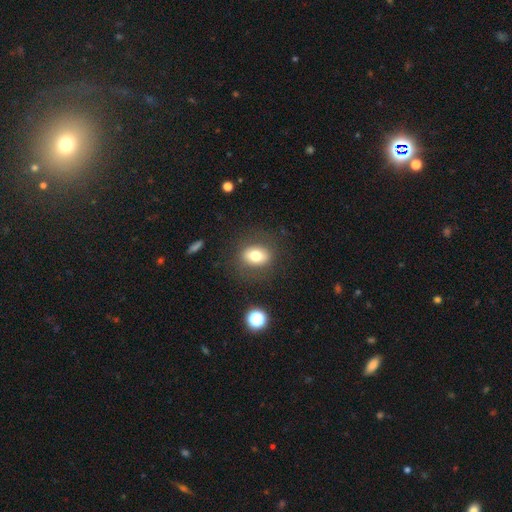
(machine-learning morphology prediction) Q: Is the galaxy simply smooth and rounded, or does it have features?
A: smooth — 71%.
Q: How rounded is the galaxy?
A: in between — 64%.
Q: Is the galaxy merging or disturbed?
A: none — 81%.